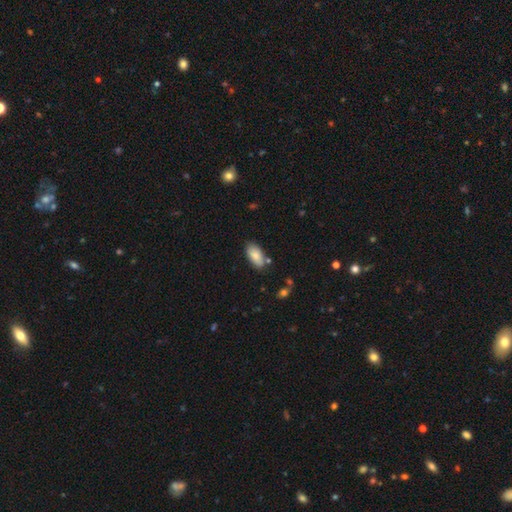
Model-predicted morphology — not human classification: smooth_or_featured: smooth (p=0.83) [alt: featured or disk p=0.10]
how_rounded: in between (p=0.93) [alt: cigar-shaped p=0.05]
merging: none (p=0.76) [alt: minor disturbance p=0.16]